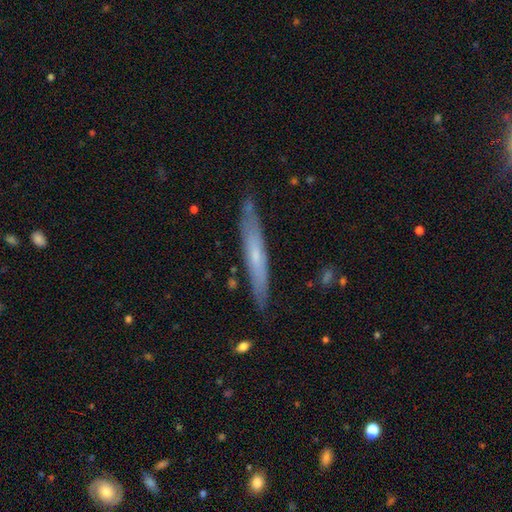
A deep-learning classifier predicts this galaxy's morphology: featured or disk 52%, smooth 42%, star or artifact 6%. Down the decision tree: edge-on disk — yes (85%); merging — none (84%).